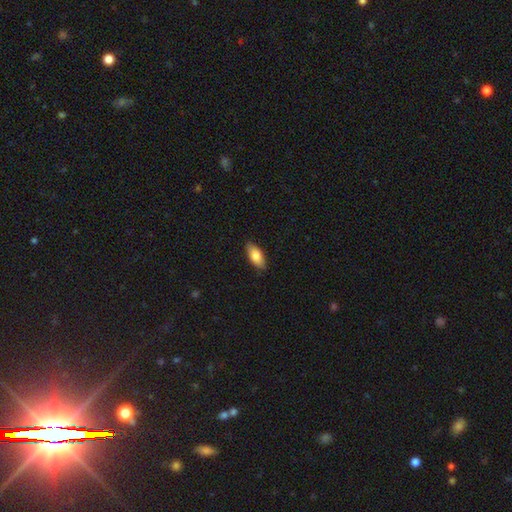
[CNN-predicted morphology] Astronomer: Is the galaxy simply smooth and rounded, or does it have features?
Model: smooth — 83%.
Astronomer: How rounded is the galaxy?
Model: in between — 87%.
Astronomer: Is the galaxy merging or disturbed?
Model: none — 87%.